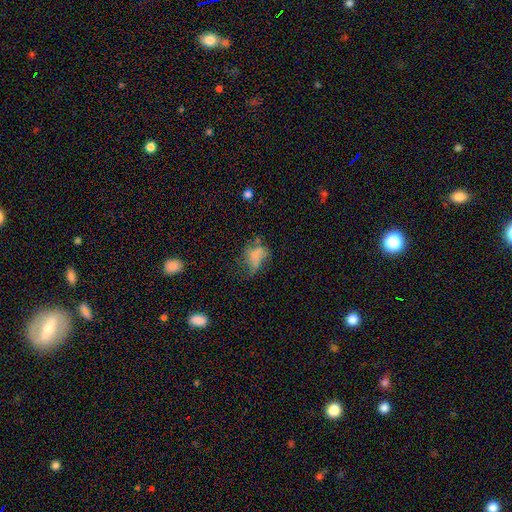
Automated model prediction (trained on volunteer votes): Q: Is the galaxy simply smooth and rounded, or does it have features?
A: smooth — 55%.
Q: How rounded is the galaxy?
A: in between — 79%.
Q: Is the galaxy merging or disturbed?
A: major disturbance — 40%.